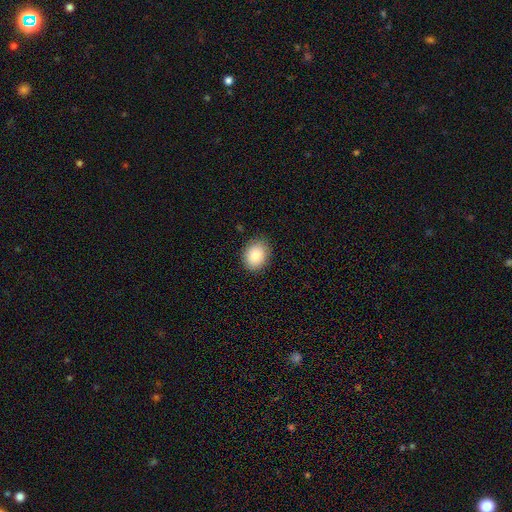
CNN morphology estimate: smooth_or_featured: smooth (p=0.81) [alt: featured or disk p=0.10]
how_rounded: in between (p=0.53) [alt: round p=0.46]
merging: none (p=0.87) [alt: minor disturbance p=0.09]